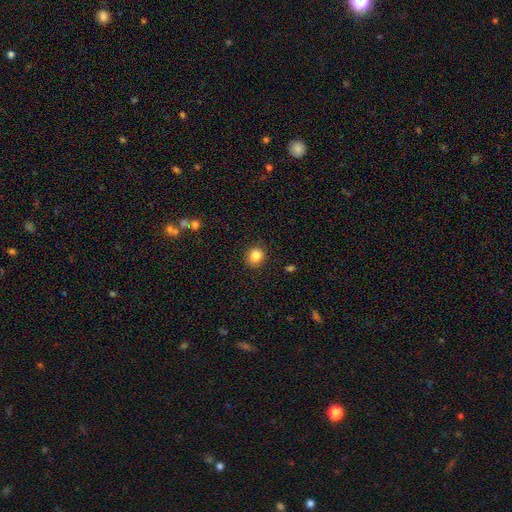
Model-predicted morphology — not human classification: smooth 85%, star or artifact 10%, featured or disk 5%. Down the decision tree: how rounded — round (81%); merging — none (90%).